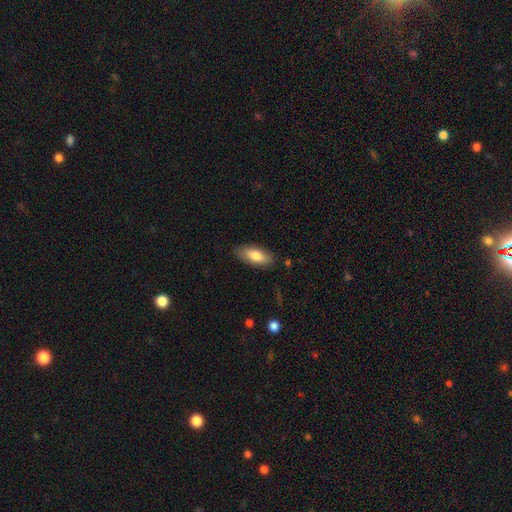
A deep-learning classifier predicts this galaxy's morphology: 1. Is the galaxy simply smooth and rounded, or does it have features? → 79% smooth, 15% featured or disk, 6% star or artifact.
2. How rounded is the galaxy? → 81% in between, 17% cigar-shaped, 2% round.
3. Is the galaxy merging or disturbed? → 83% none, 13% minor disturbance, 3% major disturbance, 1% merger.